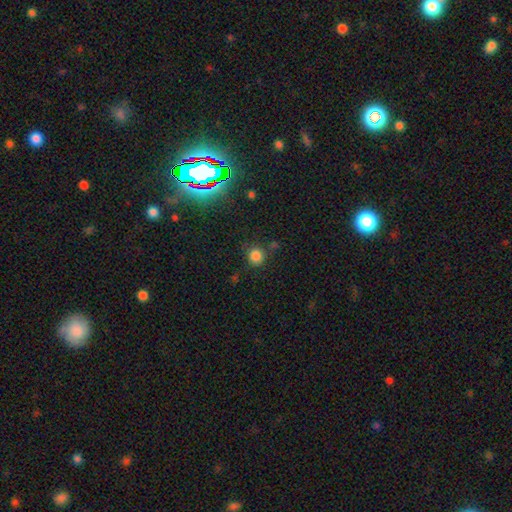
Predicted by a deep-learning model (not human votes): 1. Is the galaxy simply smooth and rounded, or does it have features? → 81% smooth, 14% star or artifact, 5% featured or disk.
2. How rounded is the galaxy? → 91% round, 8% in between, 1% cigar-shaped.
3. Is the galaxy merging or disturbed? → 81% none, 10% minor disturbance, 5% merger, 4% major disturbance.